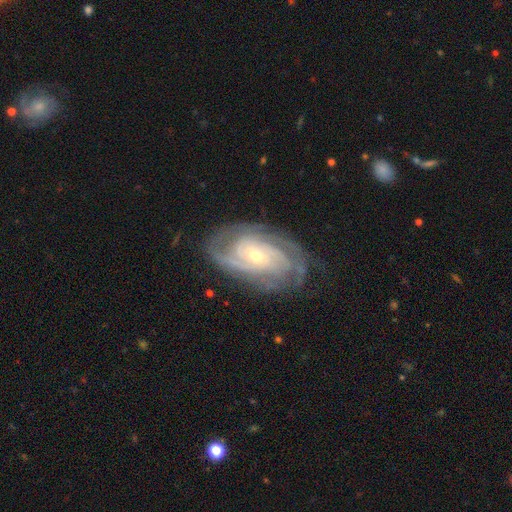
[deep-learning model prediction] smooth-or-featured: featured or disk: 88% | smooth: 7% | star or artifact: 5%
  disk-edge-on: no: 96% | yes: 4%
    bar: no: 64% | weak: 28% | strong: 8%
    has-spiral-arms: yes: 97% | no: 3%
      spiral-winding: tight: 66% | medium: 28% | loose: 6%
      spiral-arm-count: 2: 28% | can't tell: 25% | 3: 25% | 4: 12% | more than 4: 6% | 1: 5%
    bulge-size: small: 61% | moderate: 36% | large: 2% | none: 1% | dominant: 1%
  merging: none: 75% | minor disturbance: 17% | major disturbance: 7% | merger: 1%